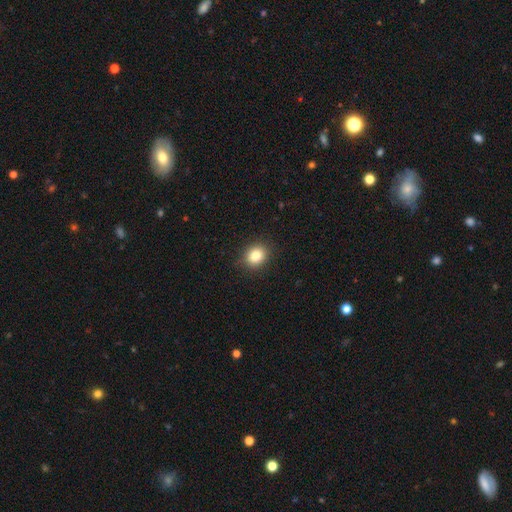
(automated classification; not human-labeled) Smooth or featured: smooth — 83% (star or artifact — 10%)
How rounded: round — 60% (in between — 39%)
Merging: none — 89% (minor disturbance — 8%)